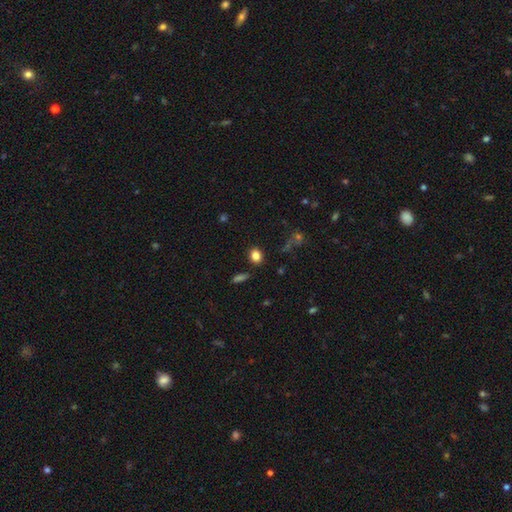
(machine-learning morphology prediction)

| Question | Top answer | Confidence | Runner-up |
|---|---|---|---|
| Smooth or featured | smooth | 83% | star or artifact (11%) |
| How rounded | in between | 52% | round (47%) |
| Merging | none | 85% | minor disturbance (9%) |